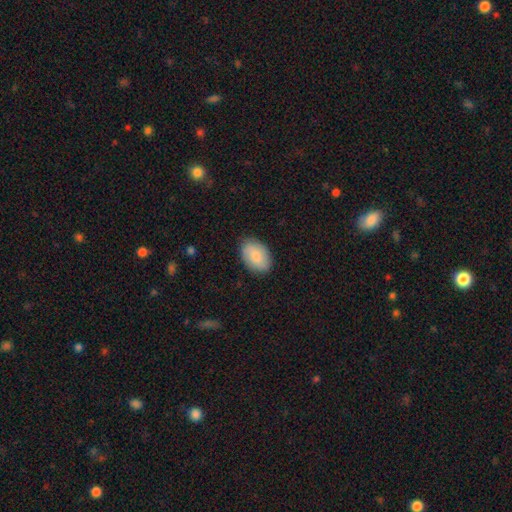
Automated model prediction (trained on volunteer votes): A smooth galaxy with no disk features (78%) that is in between round and cigar-shaped (88%).

Vote fractions:
- Smooth or featured? smooth: 78% / featured or disk: 16% / star or artifact: 6%
- How rounded? in between: 88% / round: 11% / cigar-shaped: 1%
- Merging? none: 85% / minor disturbance: 11% / major disturbance: 3% / merger: 1%